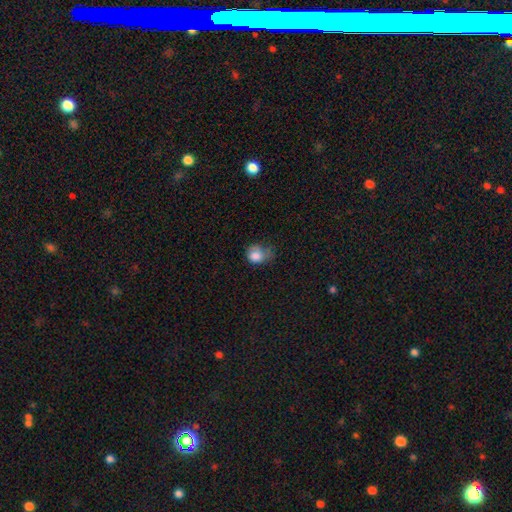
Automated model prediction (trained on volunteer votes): Q: Smooth or featured?
A: smooth (79%); runner-up: featured or disk (11%)
Q: How rounded?
A: round (53%); runner-up: in between (46%)
Q: Merging?
A: minor disturbance (37%); runner-up: major disturbance (36%)